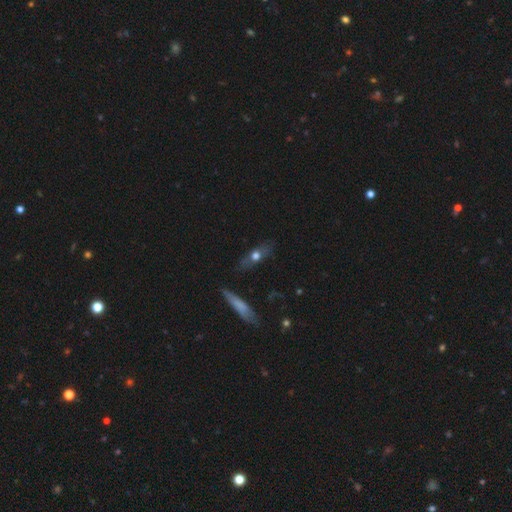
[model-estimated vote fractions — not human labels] This is possibly a smooth galaxy (45%, tied with featured or disk). Merging: clearly none (81%).